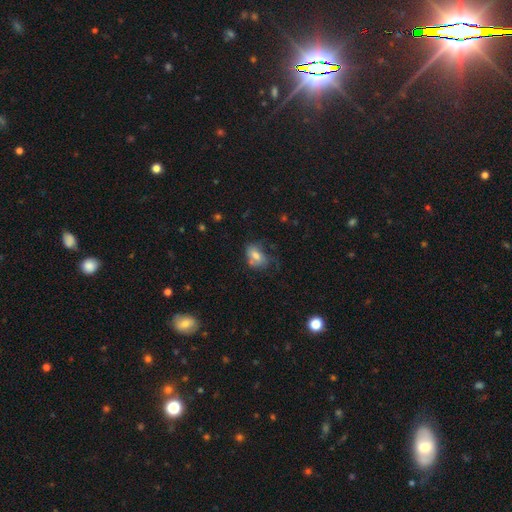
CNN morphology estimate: smooth_or_featured: smooth (p=0.66) [alt: featured or disk p=0.24]
how_rounded: in between (p=0.83) [alt: round p=0.15]
merging: none (p=0.40) [alt: minor disturbance p=0.30]